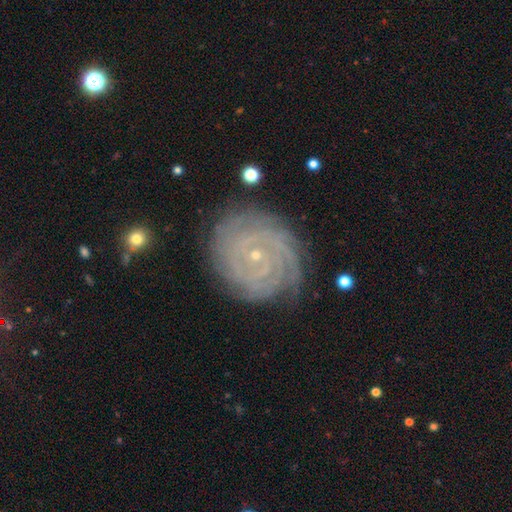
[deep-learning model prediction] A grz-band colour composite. It shows a featured or disk galaxy (86%) with no bar (70%), tight (87%) spiral arms (98%) and a small central bulge (86%). Merging: none (81%).